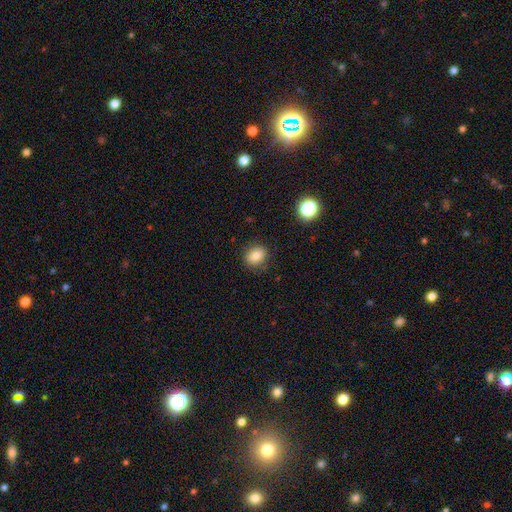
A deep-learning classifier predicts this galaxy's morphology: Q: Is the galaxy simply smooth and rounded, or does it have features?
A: smooth — 83%.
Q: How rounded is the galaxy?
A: round — 50%.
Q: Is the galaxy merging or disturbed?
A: none — 84%.